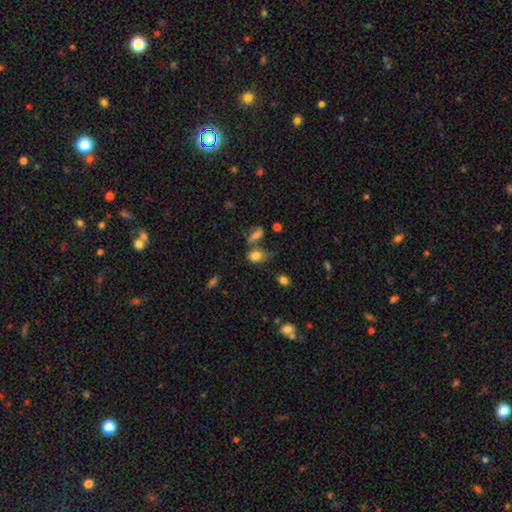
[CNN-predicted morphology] smooth 78%, star or artifact 11%, featured or disk 11%. Down the decision tree: how rounded — in between (71%); merging — none (42%).